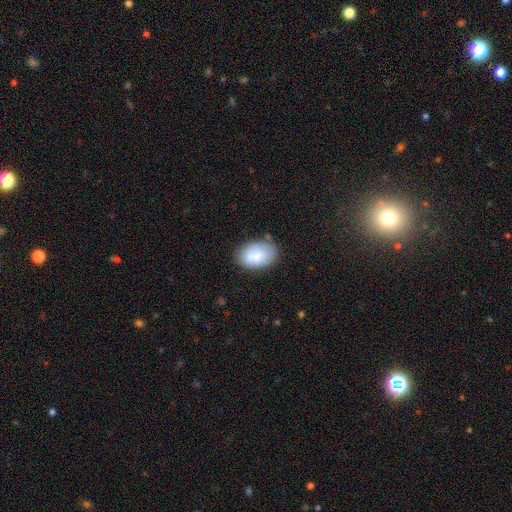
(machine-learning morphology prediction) type=smooth (81%); roundness=in between (86%); merging=none (67%).